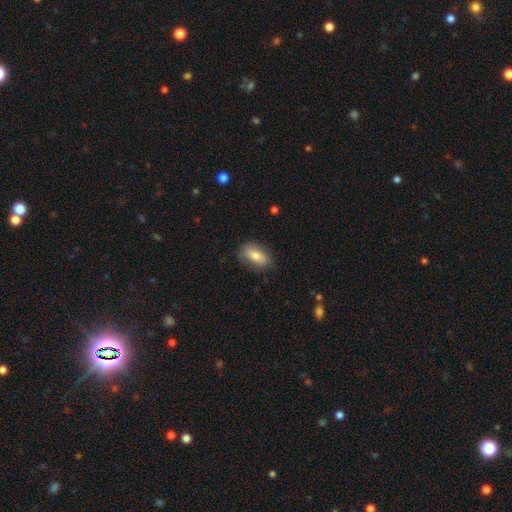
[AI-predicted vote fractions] Smooth or featured: smooth — 74% (featured or disk — 19%)
How rounded: in between — 86% (round — 7%)
Merging: none — 81% (minor disturbance — 14%)